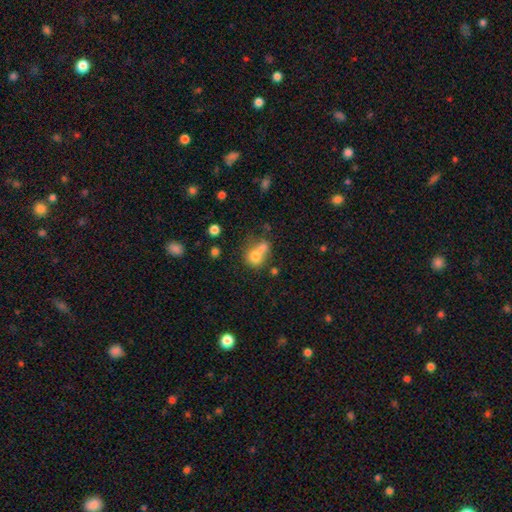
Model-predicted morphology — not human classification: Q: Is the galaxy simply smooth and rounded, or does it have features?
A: smooth — 74%.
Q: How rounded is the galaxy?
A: round — 68%.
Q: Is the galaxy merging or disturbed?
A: merger — 57%.